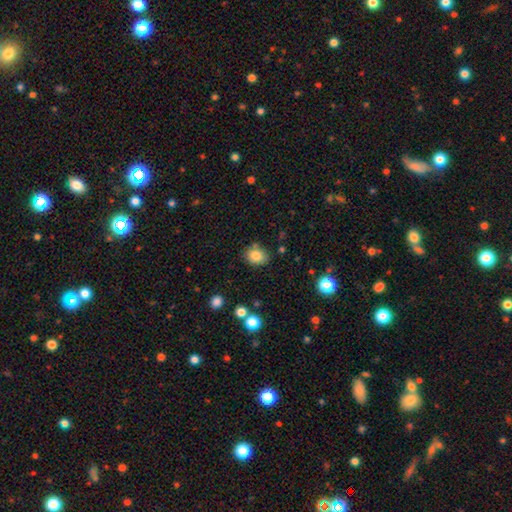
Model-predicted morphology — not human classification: Smooth or featured? Predicted: smooth (p=0.82). How rounded? Predicted: round (p=0.52). Merging? Predicted: none (p=0.77).